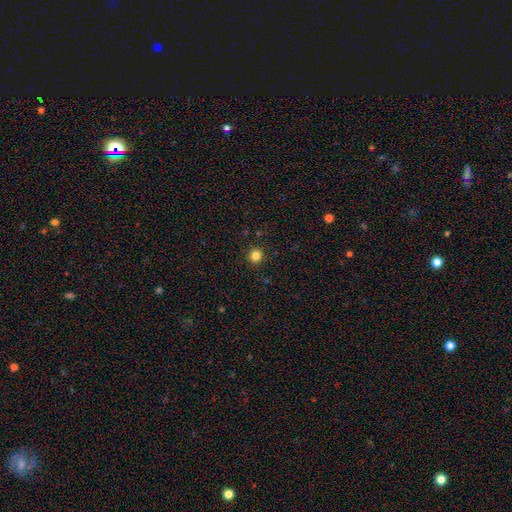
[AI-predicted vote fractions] smooth_or_featured: smooth (p=0.83) [alt: star or artifact p=0.13]
how_rounded: round (p=0.92) [alt: in between p=0.07]
merging: none (p=0.92) [alt: minor disturbance p=0.05]